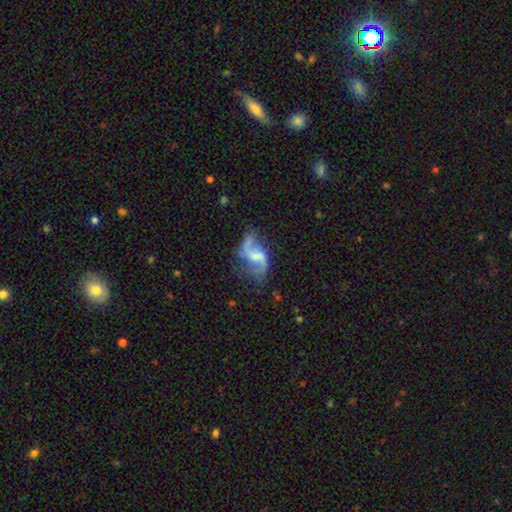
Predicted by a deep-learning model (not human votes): A featured or disk galaxy (81%) with a weak bar (52%), 2 (89%) loose (78%) spiral arms (92%) and a small central bulge (35%).

Vote fractions:
- Smooth or featured? featured or disk: 81% / smooth: 12% / star or artifact: 7%
- Edge-on disk? no: 97% / yes: 3%
- Bar? weak: 52% / no: 27% / strong: 20%
- Spiral arms? yes: 92% / no: 8%
- Spiral winding? loose: 78% / medium: 18% / tight: 4%
- Spiral arm count? 2: 89% / 1: 4% / can't tell: 4% / 3: 1% / 4: 1% / more than 4: 1%
- Bulge size? small: 35% / none: 31% / moderate: 27% / large: 5% / dominant: 1%
- Merging? none: 56% / minor disturbance: 21% / major disturbance: 19% / merger: 4%